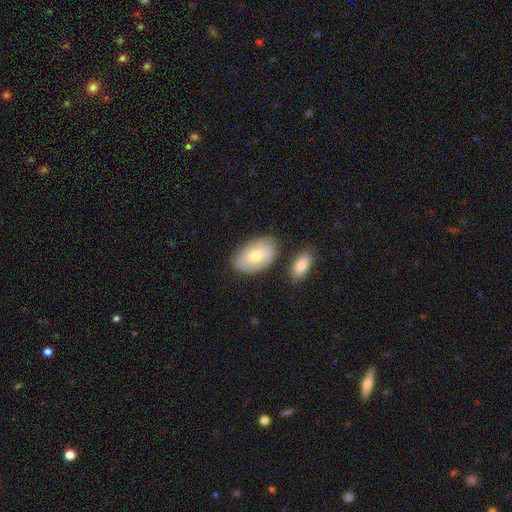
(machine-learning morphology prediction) smooth-or-featured: smooth: 53% | featured or disk: 41% | star or artifact: 6%
  how-rounded: in between: 92% | round: 6% | cigar-shaped: 2%
  merging: none: 72% | minor disturbance: 17% | merger: 7% | major disturbance: 4%